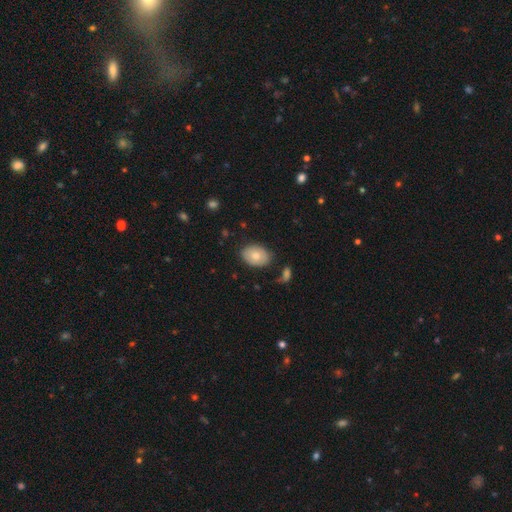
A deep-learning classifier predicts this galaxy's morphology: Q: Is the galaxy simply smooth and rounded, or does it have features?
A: smooth — 78%.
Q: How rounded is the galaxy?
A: in between — 81%.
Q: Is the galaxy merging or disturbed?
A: none — 80%.